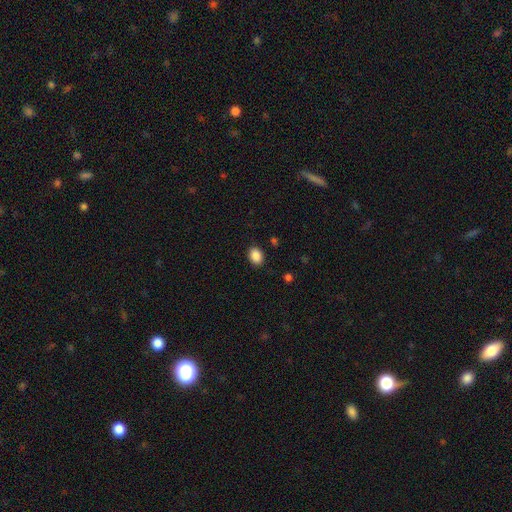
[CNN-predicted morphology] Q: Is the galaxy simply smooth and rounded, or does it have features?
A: smooth — 88%.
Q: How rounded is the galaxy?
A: in between — 65%.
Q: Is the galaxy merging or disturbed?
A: none — 88%.